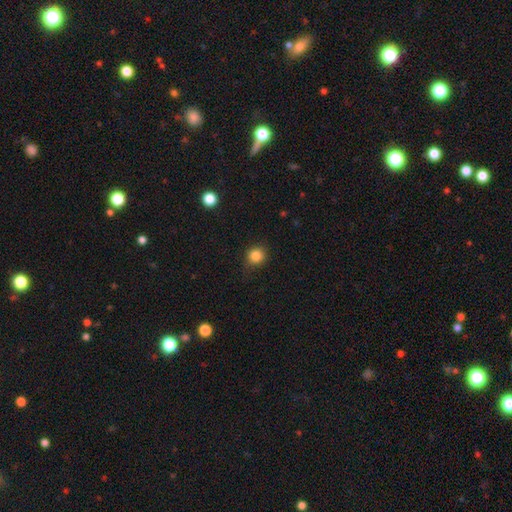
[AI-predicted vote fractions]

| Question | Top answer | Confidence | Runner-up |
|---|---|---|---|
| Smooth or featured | smooth | 83% | star or artifact (12%) |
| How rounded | round | 84% | in between (15%) |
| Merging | none | 82% | minor disturbance (14%) |